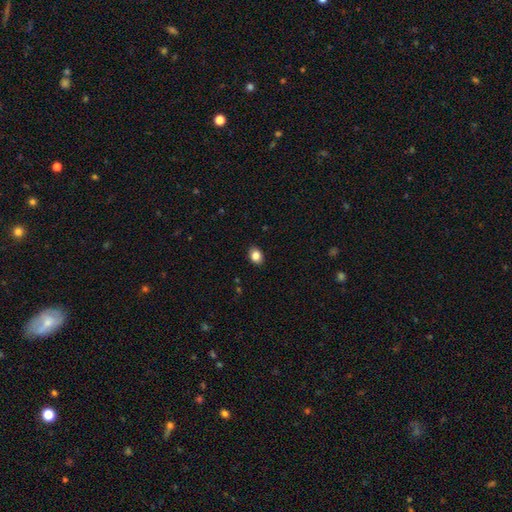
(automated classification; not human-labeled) Morphology: type=smooth (85%); roundness=in between (67%); merging=none (89%).